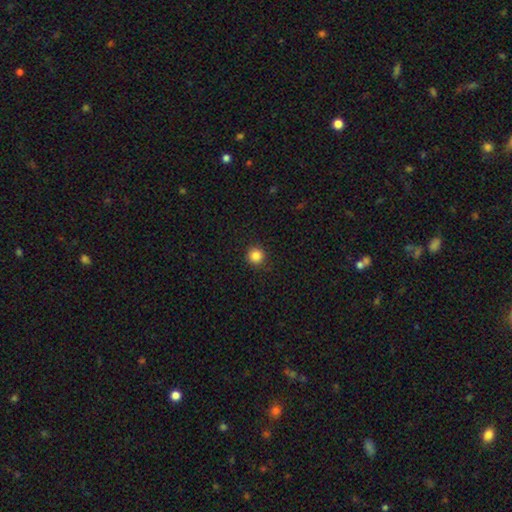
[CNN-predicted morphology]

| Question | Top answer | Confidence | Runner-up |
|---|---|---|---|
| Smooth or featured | smooth | 85% | star or artifact (11%) |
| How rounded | round | 95% | in between (4%) |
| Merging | none | 91% | minor disturbance (6%) |